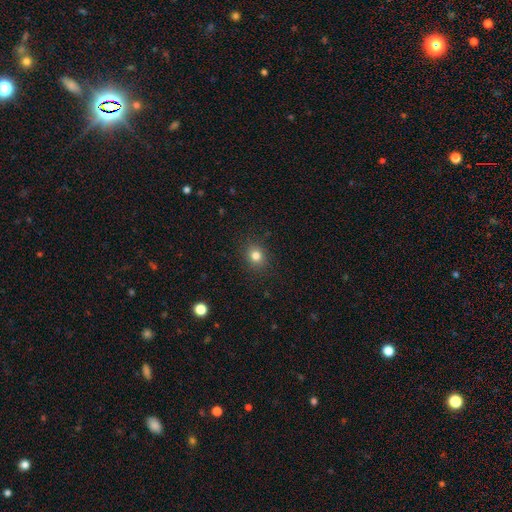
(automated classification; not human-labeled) Smooth or featured? Predicted: smooth (p=0.81). How rounded? Predicted: round (p=0.74). Merging? Predicted: none (p=0.88).